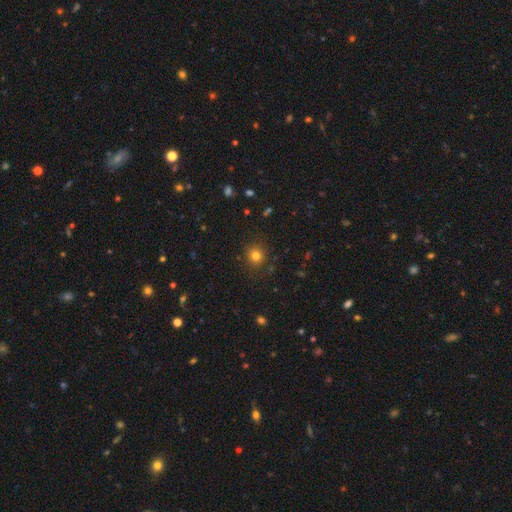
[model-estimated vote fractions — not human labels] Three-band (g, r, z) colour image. It shows a smooth galaxy with no disk features (79%) that is round (90%). Merging: none (88%).